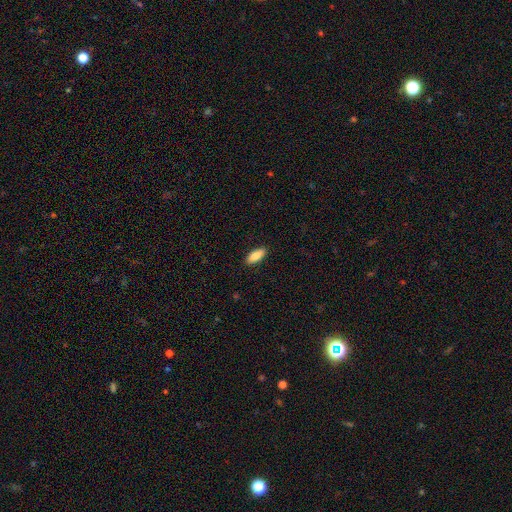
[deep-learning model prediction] smooth 87%, featured or disk 7%, star or artifact 6%. Down the decision tree: how rounded — in between (76%); merging — none (89%).